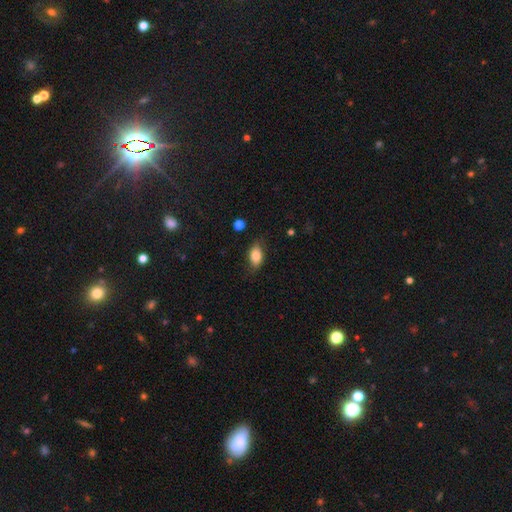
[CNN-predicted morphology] smooth-or-featured: smooth: 81% | featured or disk: 11% | star or artifact: 8%
  how-rounded: in between: 88% | round: 8% | cigar-shaped: 4%
  merging: none: 79% | minor disturbance: 17% | major disturbance: 4% | merger: 1%